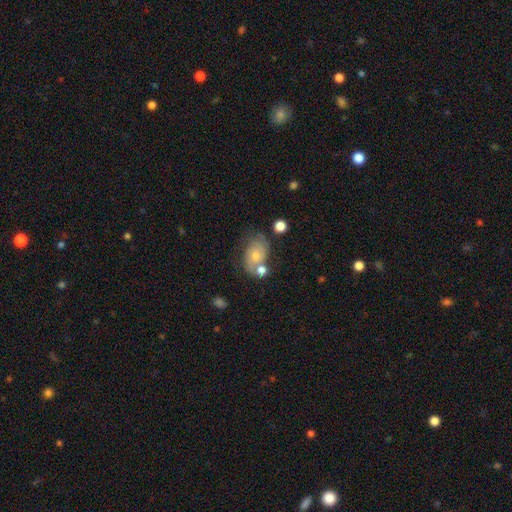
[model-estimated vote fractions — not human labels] Smooth or featured?
  - smooth: 49% *
  - featured or disk: 42%
  - star or artifact: 9%
Merging?
  - none: 41% *
  - merger: 24%
  - minor disturbance: 22%
  - major disturbance: 12%